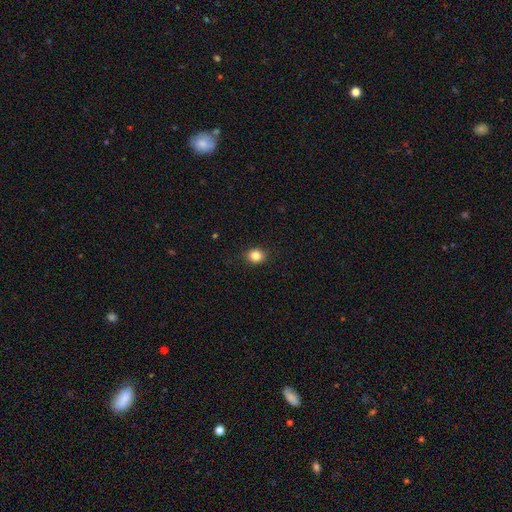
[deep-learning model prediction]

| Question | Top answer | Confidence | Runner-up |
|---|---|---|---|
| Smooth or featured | smooth | 85% | star or artifact (11%) |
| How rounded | round | 71% | in between (28%) |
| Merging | none | 91% | minor disturbance (7%) |